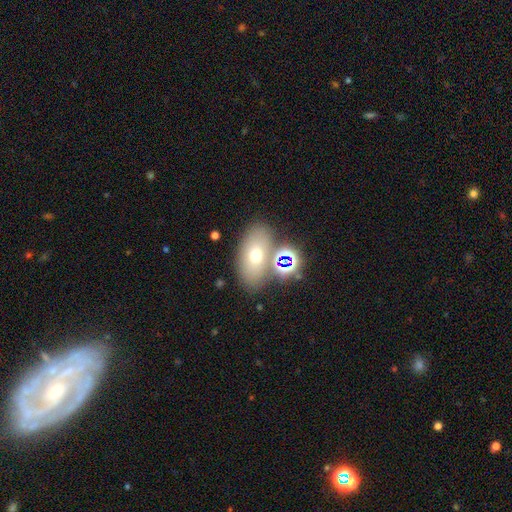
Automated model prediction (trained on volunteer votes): Smooth or featured? smooth (62%)
How rounded? in between (85%)
Merging? none (70%)